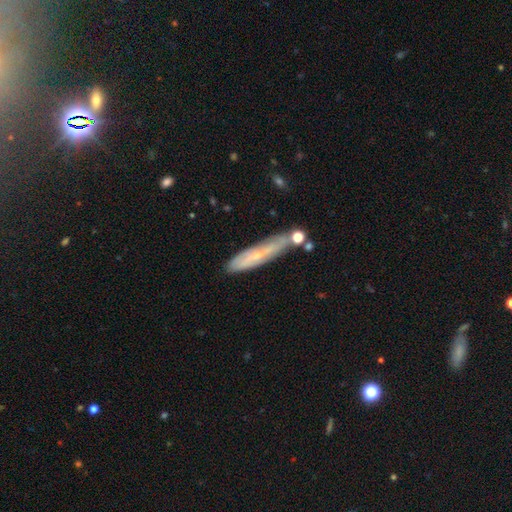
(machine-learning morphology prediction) Overall: featured or disk (49%; smooth 43%). Merging: none (67%).